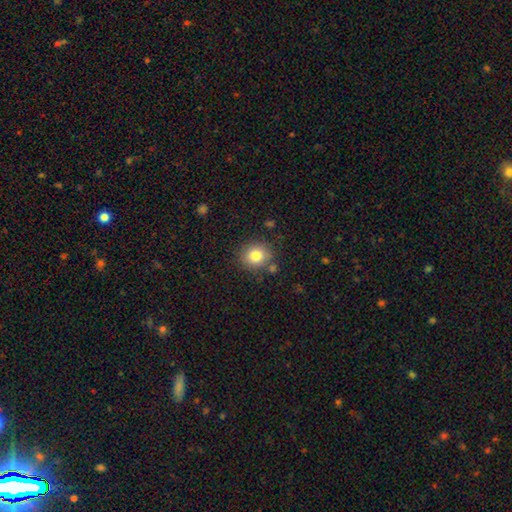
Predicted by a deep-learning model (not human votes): Smooth or featured?
  - smooth: 81% *
  - star or artifact: 11%
  - featured or disk: 8%
How rounded?
  - round: 85% *
  - in between: 14%
  - cigar-shaped: 1%
Merging?
  - none: 81% *
  - minor disturbance: 10%
  - merger: 5%
  - major disturbance: 3%